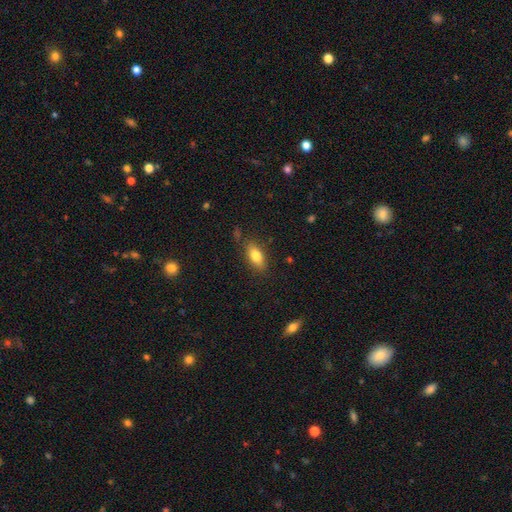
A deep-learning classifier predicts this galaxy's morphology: Smooth or featured?
  - smooth: 78% *
  - featured or disk: 14%
  - star or artifact: 8%
How rounded?
  - in between: 81% *
  - cigar-shaped: 15%
  - round: 4%
Merging?
  - none: 80% *
  - minor disturbance: 14%
  - major disturbance: 3%
  - merger: 3%